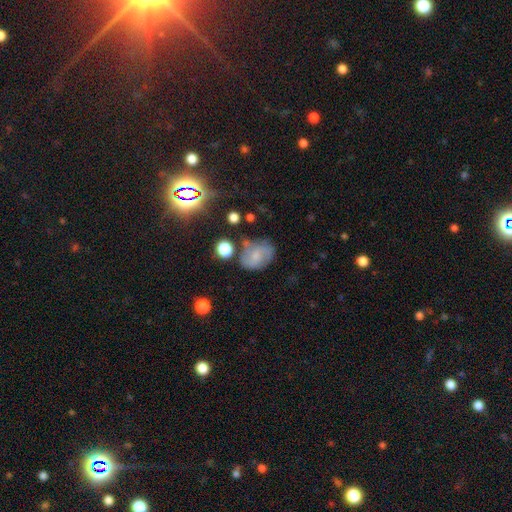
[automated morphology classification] Smooth or featured?
  - smooth: 50% *
  - featured or disk: 37%
  - star or artifact: 13%
Merging?
  - none: 54% *
  - minor disturbance: 26%
  - major disturbance: 12%
  - merger: 8%